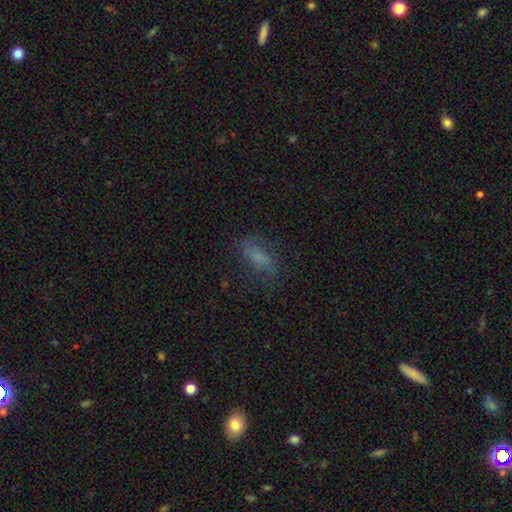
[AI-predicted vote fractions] smooth-or-featured: smooth: 56% | featured or disk: 25% | star or artifact: 19%
  how-rounded: in between: 79% | cigar-shaped: 14% | round: 7%
  merging: none: 65% | minor disturbance: 20% | major disturbance: 13% | merger: 2%